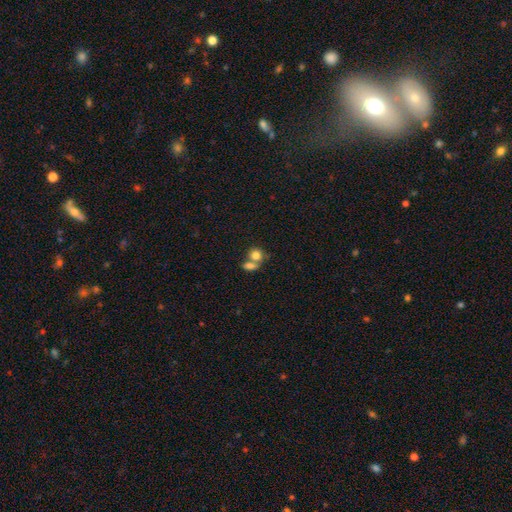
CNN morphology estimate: The model was most divided on "merging": merger: 53%, none: 35%, minor disturbance: 8%, major disturbance: 4%. More confident: smooth or featured — smooth (80%); how rounded — round (65%).